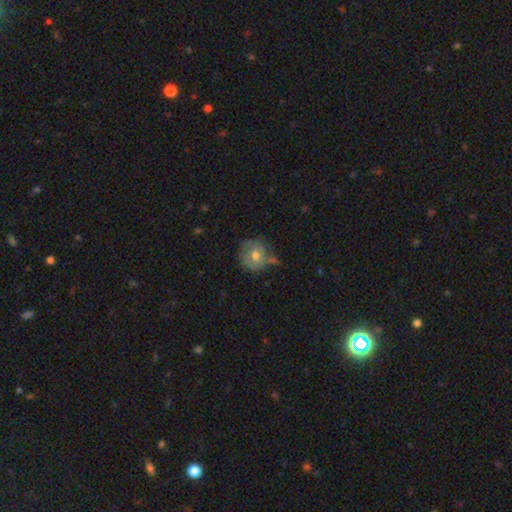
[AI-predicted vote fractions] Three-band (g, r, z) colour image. It shows a smooth galaxy with no disk features (56%) that is round (81%). Merging: none (51%).